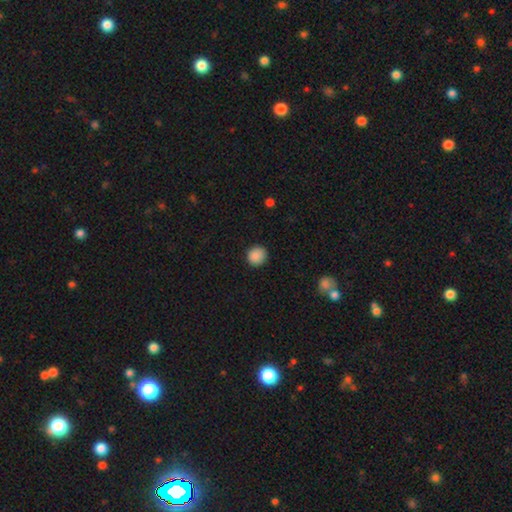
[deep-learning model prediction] A smooth galaxy with no disk features (88%) that is round (92%). Merging: none (90%).